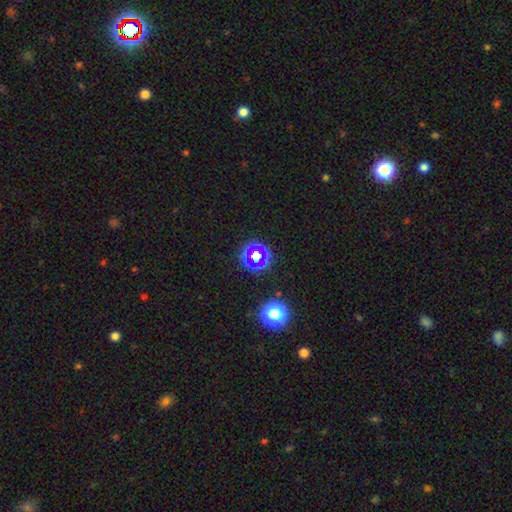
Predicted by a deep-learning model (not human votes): smooth-or-featured: star or artifact: 57% | smooth: 29% | featured or disk: 14%